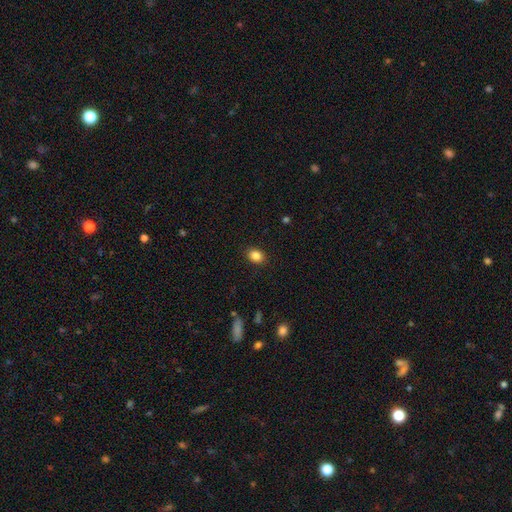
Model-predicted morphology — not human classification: A smooth galaxy with no disk features (86%) that is in between round and cigar-shaped (59%).

Vote fractions:
- Smooth or featured? smooth: 86% / star or artifact: 10% / featured or disk: 5%
- How rounded? in between: 59% / round: 40% / cigar-shaped: 1%
- Merging? none: 89% / minor disturbance: 8% / major disturbance: 2% / merger: 1%